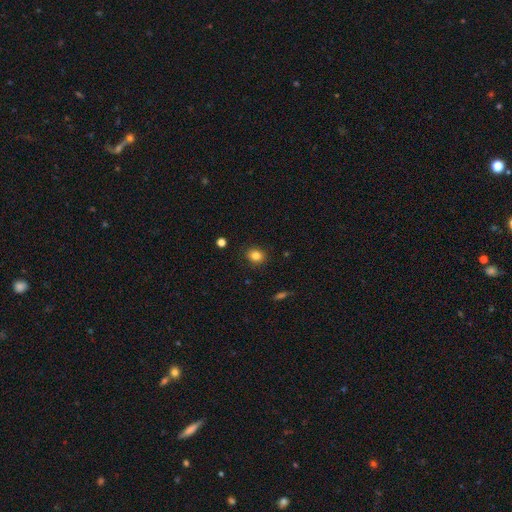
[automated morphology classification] Smooth or featured: smooth — 83% (star or artifact — 11%)
How rounded: round — 70% (in between — 29%)
Merging: none — 89% (minor disturbance — 8%)